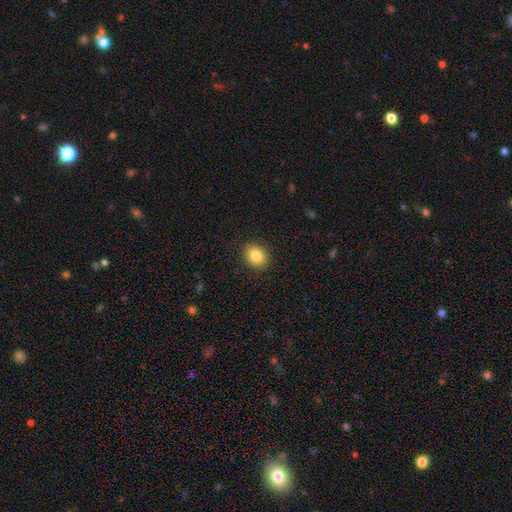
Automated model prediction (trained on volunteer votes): Smooth or featured? smooth (85%)
How rounded? in between (50%)
Merging? none (90%)